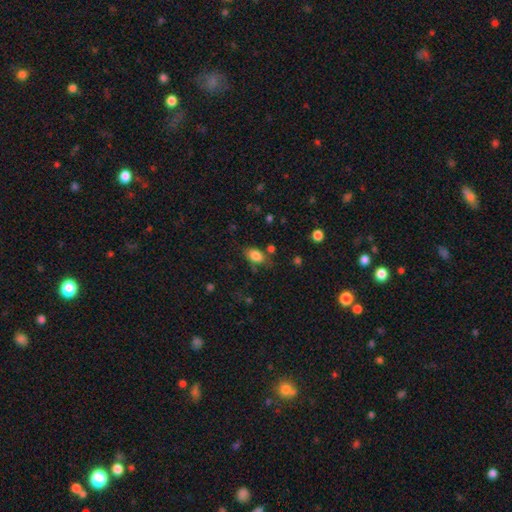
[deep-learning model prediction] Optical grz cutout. It shows a smooth galaxy with no disk features (83%) that is in between round and cigar-shaped (87%). Merging: none (68%).